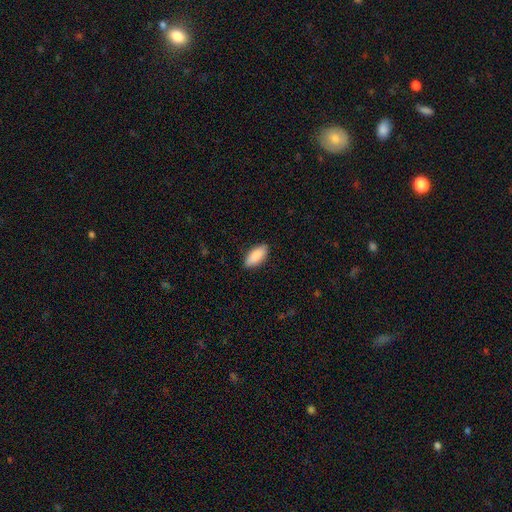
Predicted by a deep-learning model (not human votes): Smooth or featured? smooth (90%)
How rounded? in between (87%)
Merging? none (87%)